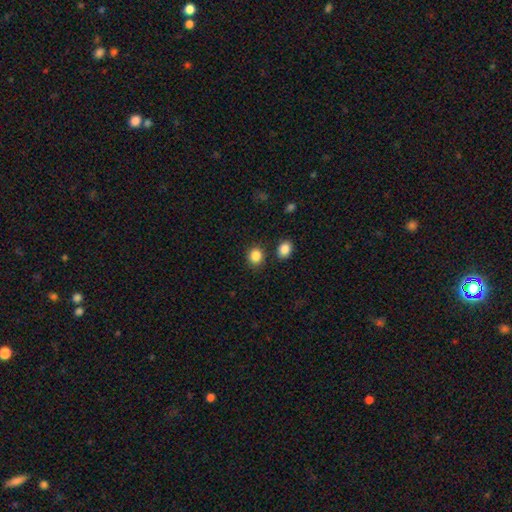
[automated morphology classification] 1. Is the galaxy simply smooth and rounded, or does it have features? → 87% smooth, 10% star or artifact, 4% featured or disk.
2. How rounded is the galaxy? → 77% round, 22% in between, 1% cigar-shaped.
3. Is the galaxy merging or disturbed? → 84% none, 8% minor disturbance, 6% merger, 2% major disturbance.